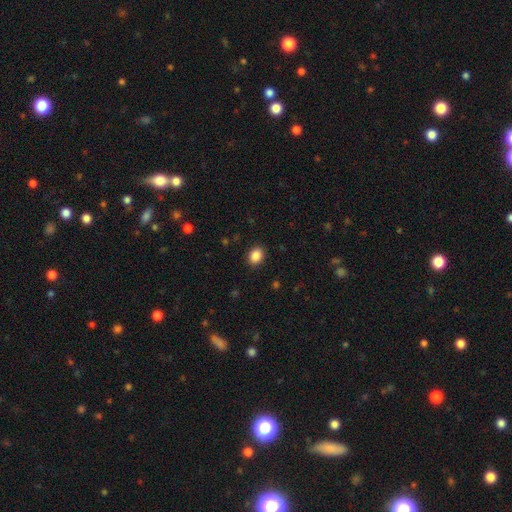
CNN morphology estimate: Smooth or featured? Predicted: smooth (p=0.88). How rounded? Predicted: in between (p=0.60). Merging? Predicted: none (p=0.90).